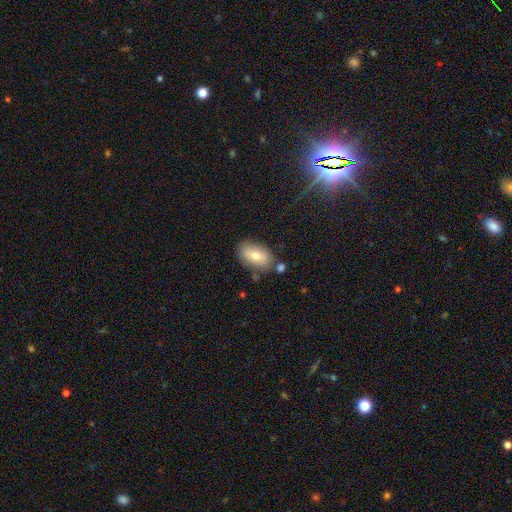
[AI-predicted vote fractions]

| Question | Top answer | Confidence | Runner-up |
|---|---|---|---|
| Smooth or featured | smooth | 73% | featured or disk (19%) |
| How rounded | in between | 92% | round (6%) |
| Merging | none | 77% | minor disturbance (14%) |